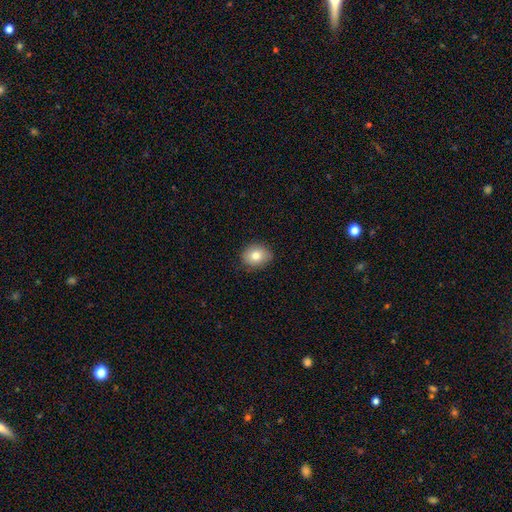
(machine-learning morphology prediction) Smooth or featured? Predicted: smooth (p=0.80). How rounded? Predicted: round (p=0.58). Merging? Predicted: none (p=0.85).